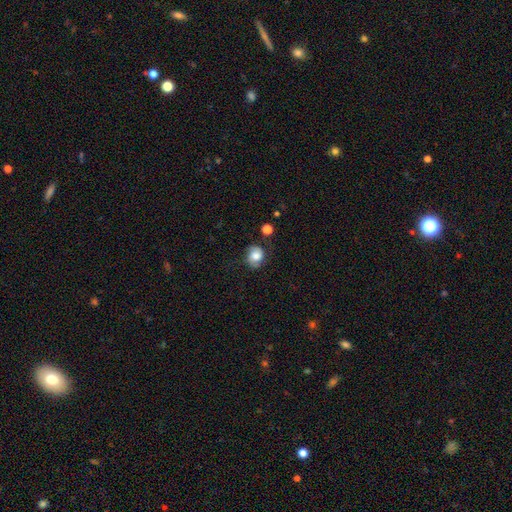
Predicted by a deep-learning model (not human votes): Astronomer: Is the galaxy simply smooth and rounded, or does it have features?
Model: smooth — 60%.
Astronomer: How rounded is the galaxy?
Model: round — 65%.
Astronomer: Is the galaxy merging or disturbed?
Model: none — 69%.